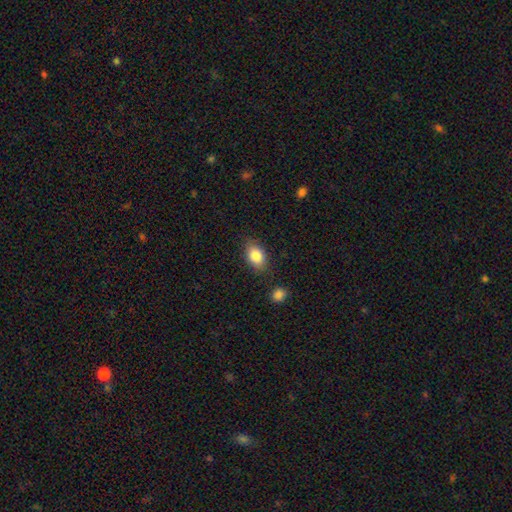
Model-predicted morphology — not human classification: This is clearly a smooth galaxy (84%). How rounded: clearly in between (84%). Merging: clearly none (82%).